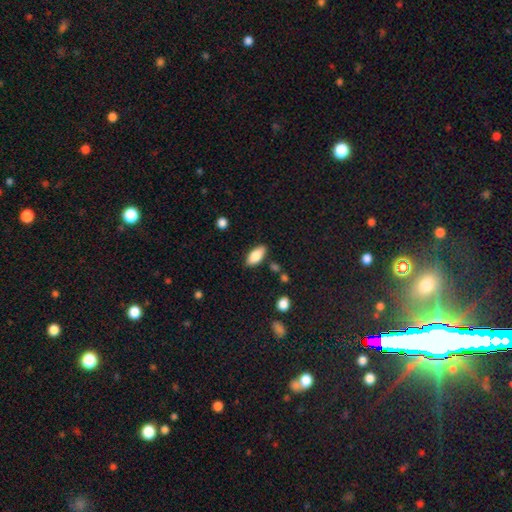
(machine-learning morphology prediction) A smooth galaxy with no disk features (82%) that is in between round and cigar-shaped (88%). Merging: none (83%).